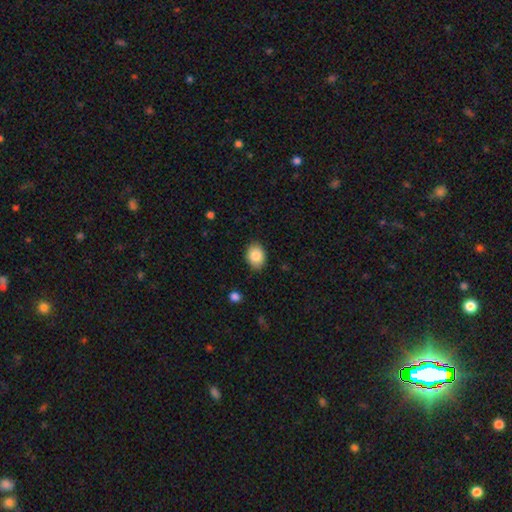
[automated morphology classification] Overall: smooth (85%). How rounded: in between (66%; round 33%). Merging: none (86%).